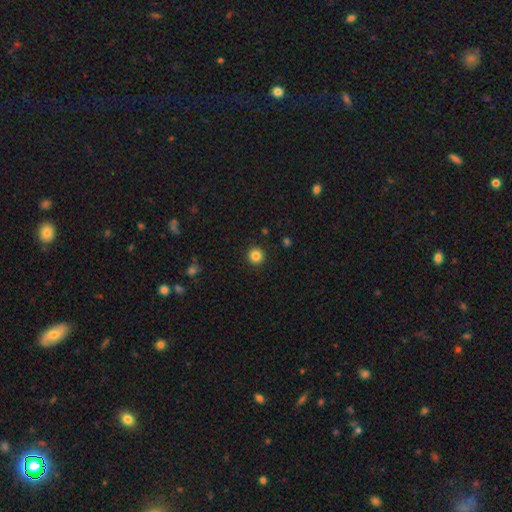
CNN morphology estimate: This is clearly a smooth galaxy (85%). How rounded: clearly round (95%). Merging: clearly none (93%).